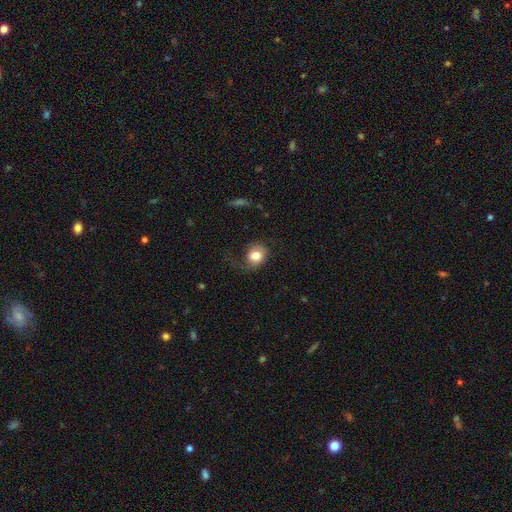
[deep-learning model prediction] A smooth galaxy with no disk features (72%) that is round (66%). Merging: none (48%).